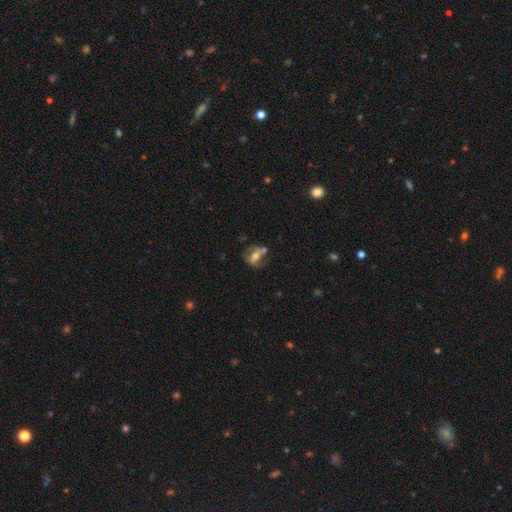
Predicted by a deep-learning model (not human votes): Morphology: type=featured or disk (56%); edge-on=no (93%); bar=no (39%); spiral arms=yes (60%); bulge=moderate (58%); merging=none (43%).